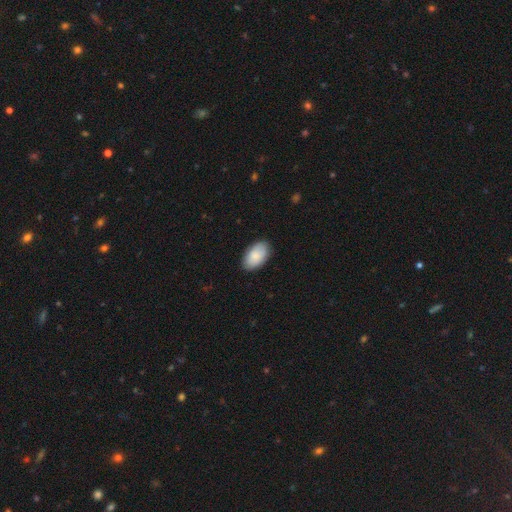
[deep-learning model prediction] Smooth or featured? smooth (88%)
How rounded? in between (95%)
Merging? none (87%)